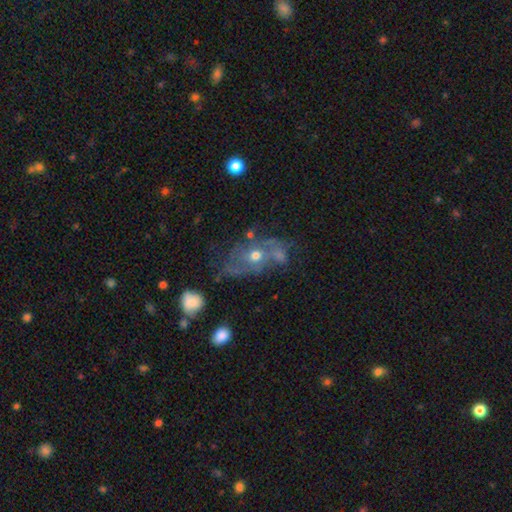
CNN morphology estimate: Overall: featured or disk (65%). Edge-on disk: no (94%). Bar: no (82%). Spiral arms: yes (56%; no 44%). Bulge size: moderate (62%; small 31%). Merging: none (39%; major disturbance 27%).